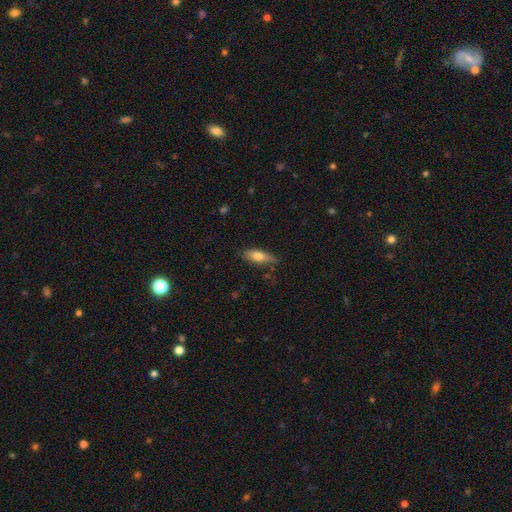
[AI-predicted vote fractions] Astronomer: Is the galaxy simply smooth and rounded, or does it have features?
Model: smooth — 70%.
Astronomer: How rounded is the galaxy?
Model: in between — 52% (runner-up: cigar-shaped, 46%).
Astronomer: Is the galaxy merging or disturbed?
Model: none — 74%.